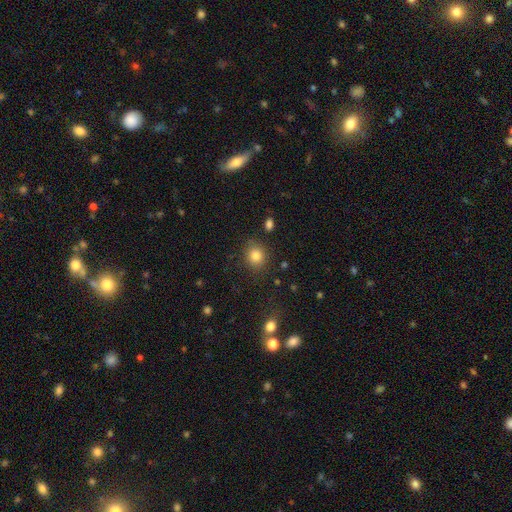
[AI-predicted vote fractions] Smooth or featured: smooth — 83% (star or artifact — 11%)
How rounded: round — 78% (in between — 21%)
Merging: none — 84% (minor disturbance — 10%)